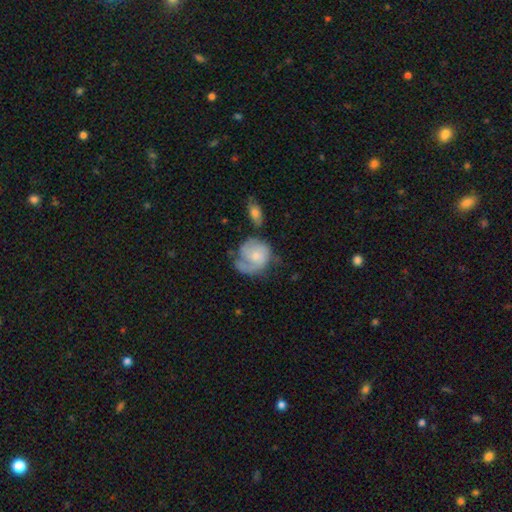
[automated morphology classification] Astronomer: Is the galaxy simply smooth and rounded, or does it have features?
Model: featured or disk — 53% (runner-up: smooth, 41%).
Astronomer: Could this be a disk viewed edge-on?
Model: no — 98%.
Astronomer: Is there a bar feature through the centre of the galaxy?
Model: no — 81%.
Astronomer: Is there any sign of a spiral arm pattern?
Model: yes — 73%.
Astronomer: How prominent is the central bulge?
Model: small — 65%.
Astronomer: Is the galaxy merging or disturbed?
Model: none — 38% (runner-up: minor disturbance, 27%).